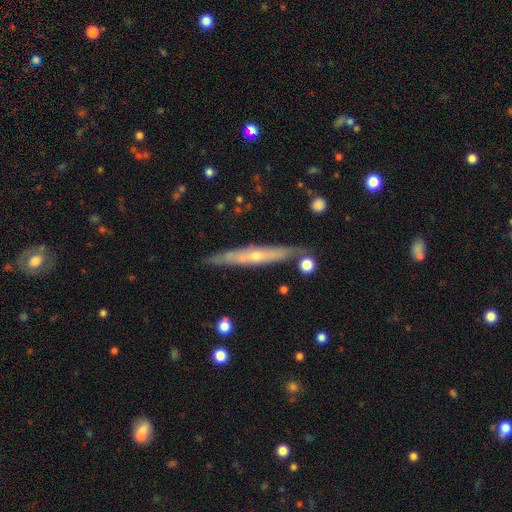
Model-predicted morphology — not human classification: The model was most divided on "edge-on bulge": rounded: 64%, none: 33%, boxy: 3%. More confident: edge-on disk — yes (88%); merging — none (80%); smooth or featured — featured or disk (64%).